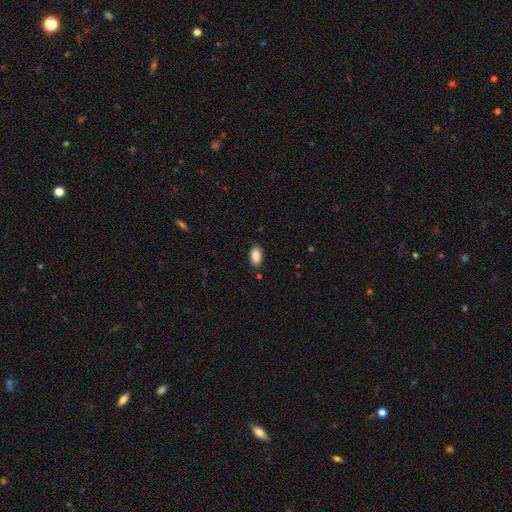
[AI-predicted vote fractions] Morphology: type=smooth (89%); roundness=in between (93%); merging=none (86%).